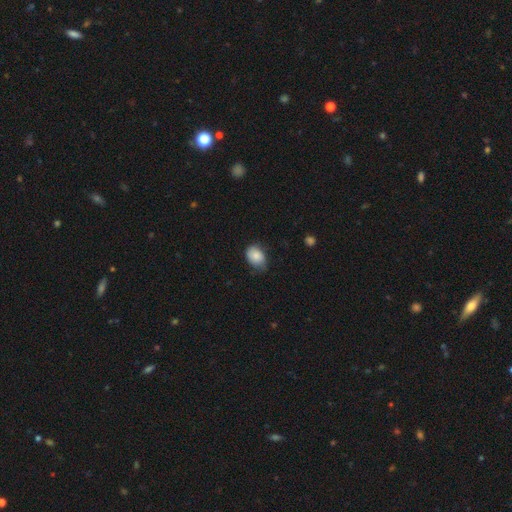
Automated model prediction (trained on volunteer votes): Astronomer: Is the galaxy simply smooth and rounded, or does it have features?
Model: smooth — 82%.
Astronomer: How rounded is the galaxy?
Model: in between — 73%.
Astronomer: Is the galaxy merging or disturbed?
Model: none — 59%.